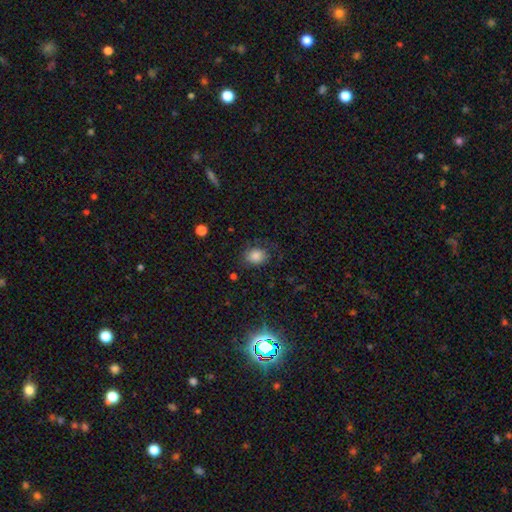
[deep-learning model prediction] Overall: smooth (83%). How rounded: round (51%; in between 48%). Merging: none (74%).